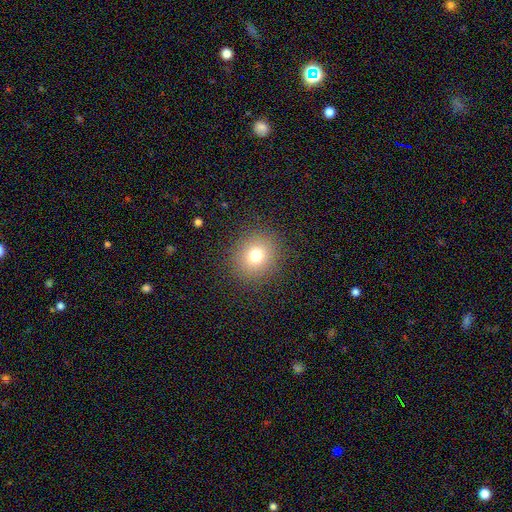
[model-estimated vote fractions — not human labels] smooth 75%, star or artifact 15%, featured or disk 10%. Down the decision tree: how rounded — round (81%); merging — none (88%).